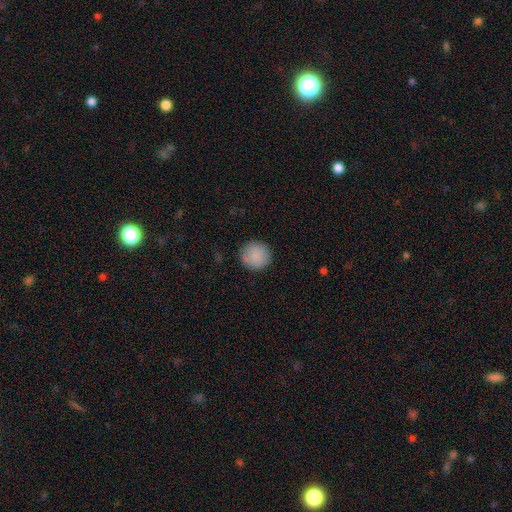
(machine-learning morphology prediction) Smooth or featured: smooth — 88% (star or artifact — 7%)
How rounded: round — 95% (in between — 4%)
Merging: none — 89% (minor disturbance — 8%)